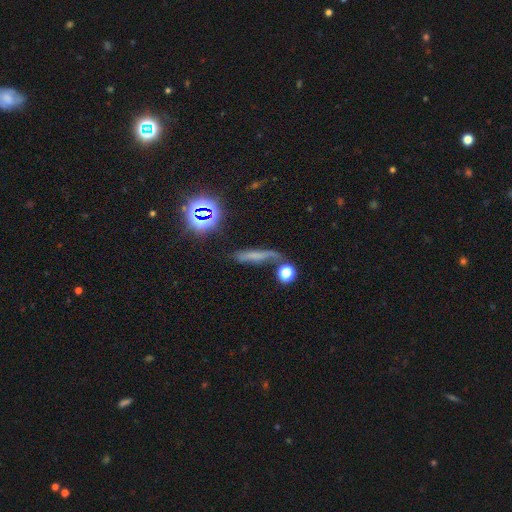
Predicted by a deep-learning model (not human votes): Morphology: type=smooth (48%); merging=none (56%).